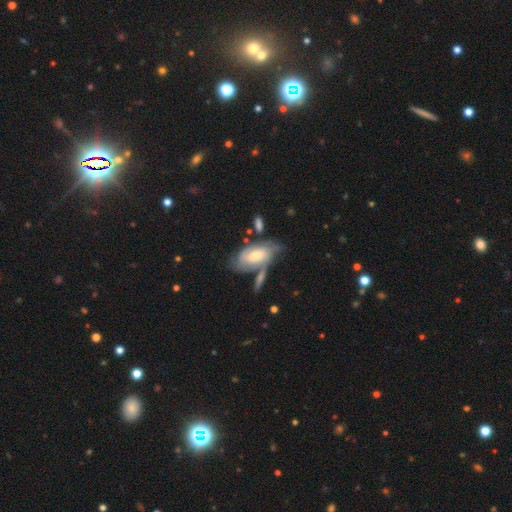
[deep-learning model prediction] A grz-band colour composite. It shows a featured or disk galaxy (57%) with no bar (57%), spiral arms (82%) and a moderate central bulge (45%). Merging: none (46%).